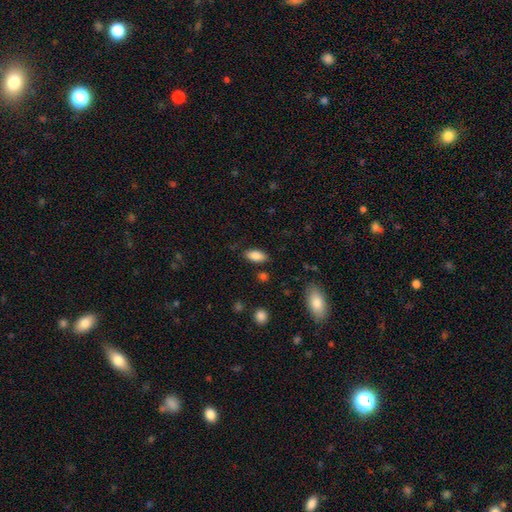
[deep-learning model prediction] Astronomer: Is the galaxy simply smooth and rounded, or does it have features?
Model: smooth — 86%.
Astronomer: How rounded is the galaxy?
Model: in between — 90%.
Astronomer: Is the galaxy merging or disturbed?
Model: none — 81%.